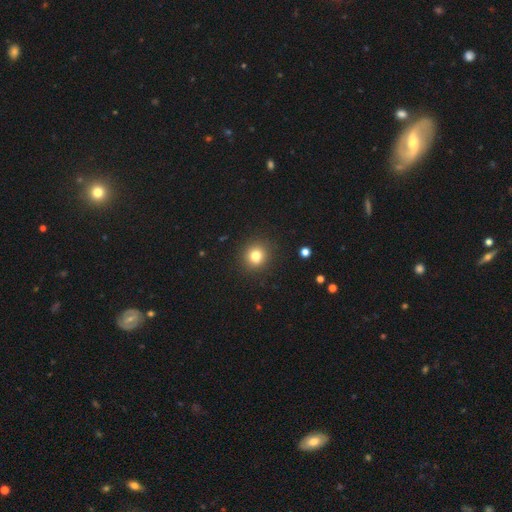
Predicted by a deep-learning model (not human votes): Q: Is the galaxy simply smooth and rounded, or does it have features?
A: smooth — 79%.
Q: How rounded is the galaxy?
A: round — 88%.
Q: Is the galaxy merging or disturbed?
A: none — 90%.